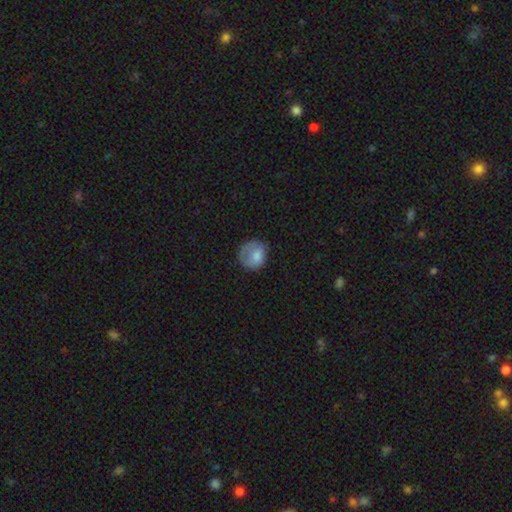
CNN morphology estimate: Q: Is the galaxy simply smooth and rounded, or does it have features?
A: smooth — 75%.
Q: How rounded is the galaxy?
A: round — 78%.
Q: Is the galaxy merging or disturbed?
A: none — 52%.